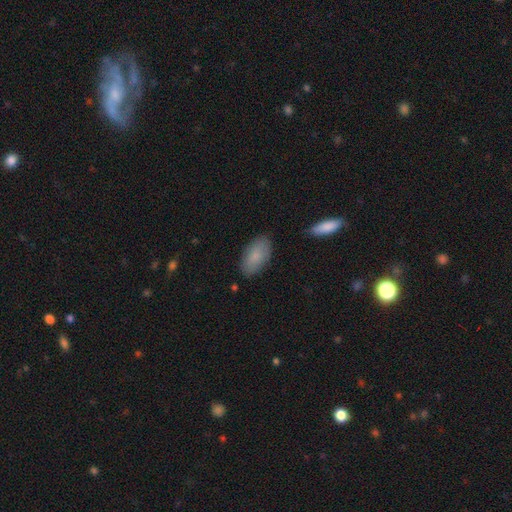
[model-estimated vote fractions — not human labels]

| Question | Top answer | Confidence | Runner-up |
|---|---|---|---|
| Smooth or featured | smooth | 84% | featured or disk (10%) |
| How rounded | in between | 94% | cigar-shaped (3%) |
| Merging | none | 82% | minor disturbance (13%) |